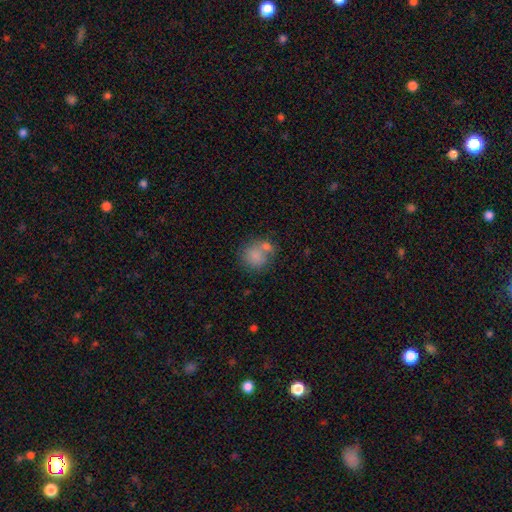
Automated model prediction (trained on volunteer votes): smooth_or_featured: smooth (p=0.79) [alt: featured or disk p=0.12]
how_rounded: round (p=0.80) [alt: in between p=0.19]
merging: none (p=0.47) [alt: merger p=0.32]